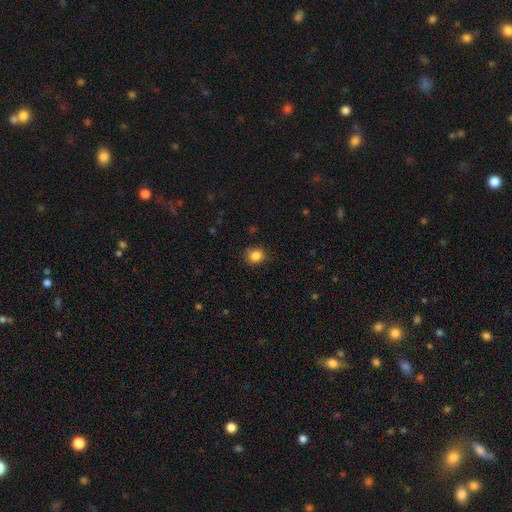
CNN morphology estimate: Smooth or featured? smooth (84%)
How rounded? round (79%)
Merging? none (80%)